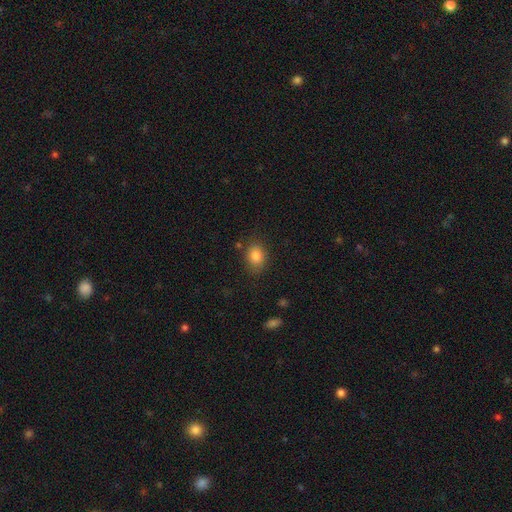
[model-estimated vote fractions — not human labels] Smooth or featured: smooth — 84% (star or artifact — 9%)
How rounded: in between — 64% (round — 35%)
Merging: none — 78% (minor disturbance — 15%)